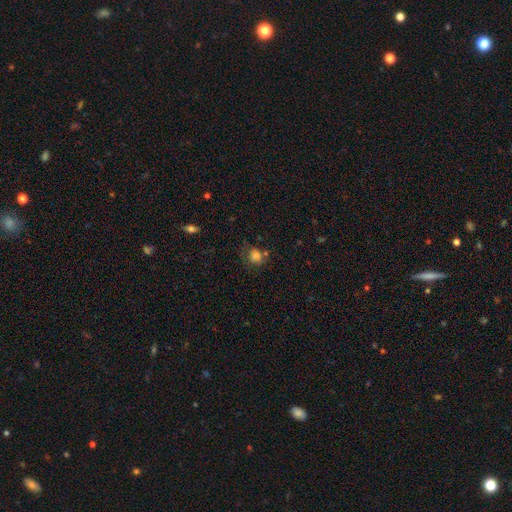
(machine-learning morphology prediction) This is likely a smooth galaxy (76%). How rounded: likely round (70%). Merging: possibly none (55%).